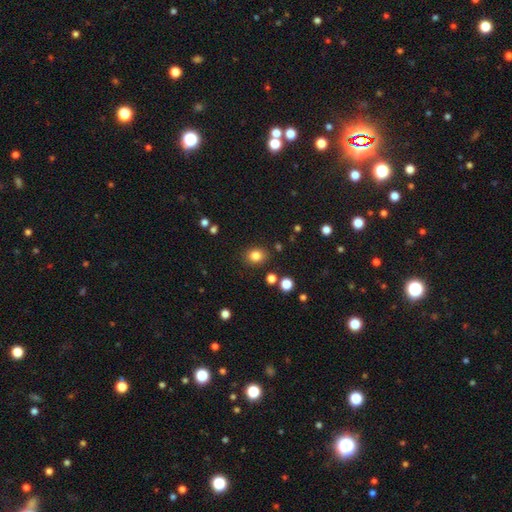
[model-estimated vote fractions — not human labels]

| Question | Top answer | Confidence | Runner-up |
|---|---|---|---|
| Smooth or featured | smooth | 83% | star or artifact (12%) |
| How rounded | round | 63% | in between (36%) |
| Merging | none | 85% | minor disturbance (9%) |